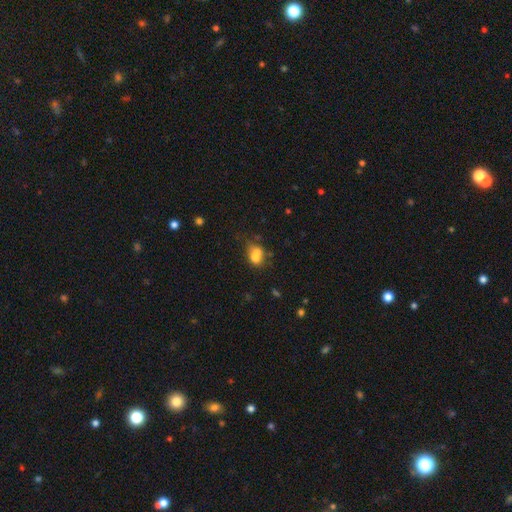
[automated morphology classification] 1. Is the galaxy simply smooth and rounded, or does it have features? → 67% smooth, 20% featured or disk, 12% star or artifact.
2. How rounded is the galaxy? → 52% in between, 46% round, 1% cigar-shaped.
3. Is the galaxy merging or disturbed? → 52% merger, 29% none, 13% minor disturbance, 7% major disturbance.